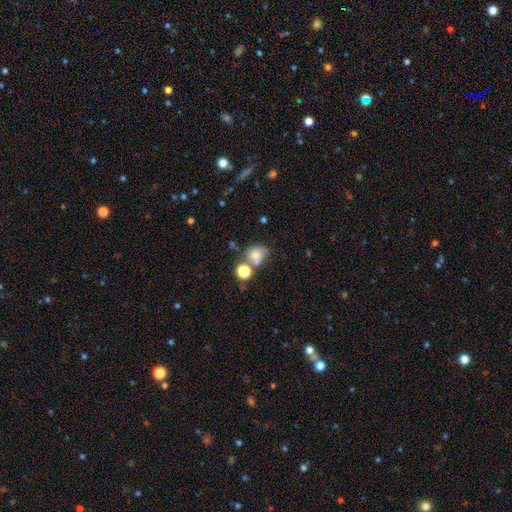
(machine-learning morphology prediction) This is likely a smooth galaxy (73%). How rounded: likely round (65%). Merging: possibly none (47%).